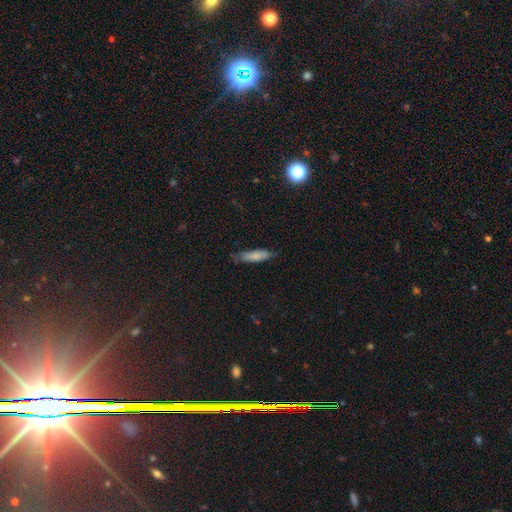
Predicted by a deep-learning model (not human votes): Smooth or featured? smooth (78%)
How rounded? cigar-shaped (64%)
Merging? none (75%)